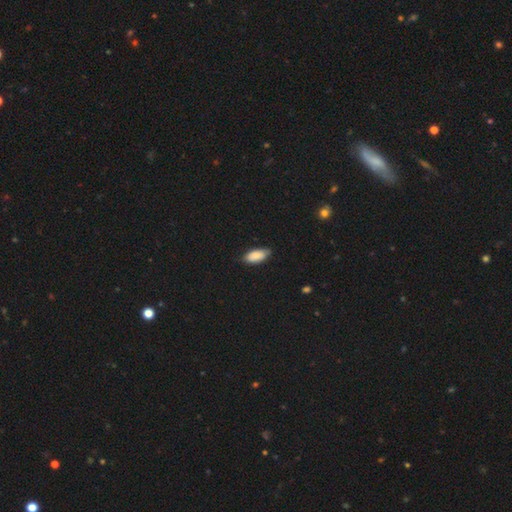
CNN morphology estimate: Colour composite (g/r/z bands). It shows a smooth galaxy with no disk features (83%) that is in between round and cigar-shaped (91%). Merging: none (76%).